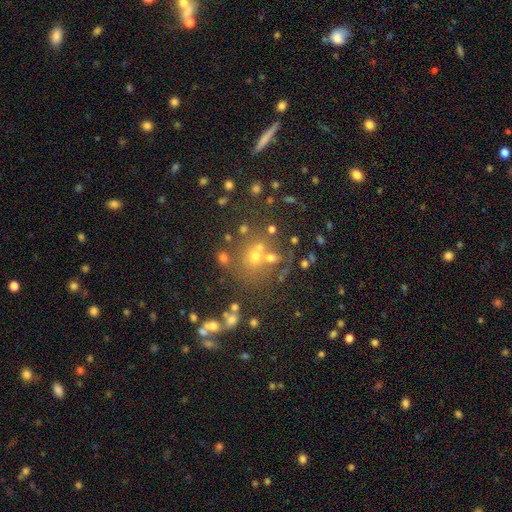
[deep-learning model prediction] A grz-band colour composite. It shows a smooth galaxy with no disk features (50%) that is round (79%). Merging: none (55%).